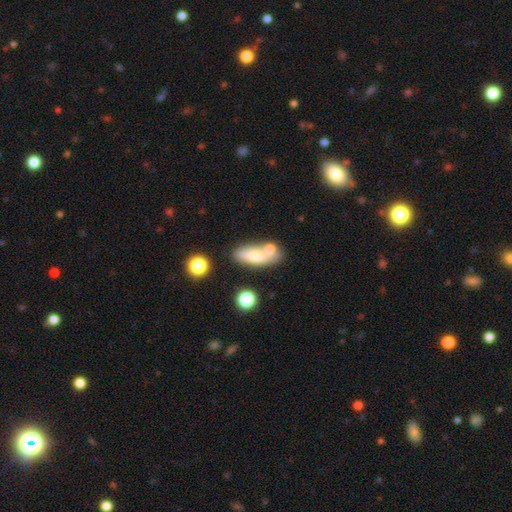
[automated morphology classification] A smooth galaxy with no disk features (70%) that is in between round and cigar-shaped (73%).

Vote fractions:
- Smooth or featured? smooth: 70% / featured or disk: 21% / star or artifact: 9%
- How rounded? in between: 73% / cigar-shaped: 21% / round: 6%
- Merging? none: 47% / merger: 32% / minor disturbance: 15% / major disturbance: 7%